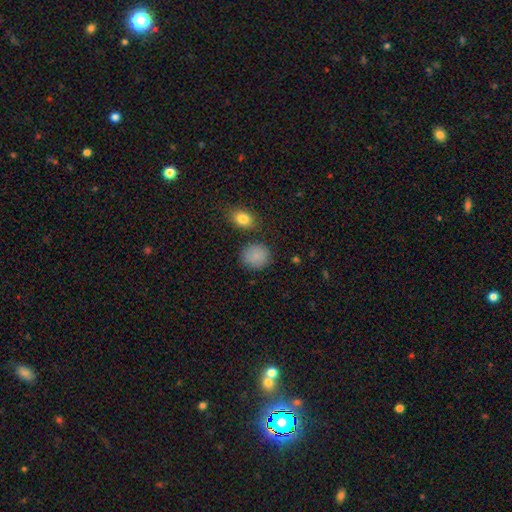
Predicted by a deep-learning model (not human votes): Overall: smooth (86%). How rounded: round (80%). Merging: none (81%).